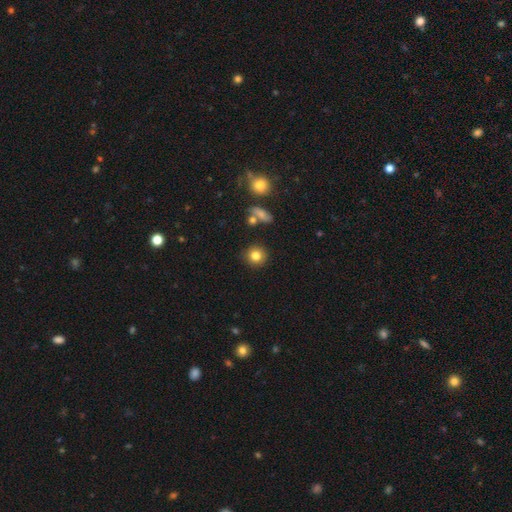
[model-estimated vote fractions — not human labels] smooth-or-featured: smooth: 81% | star or artifact: 11% | featured or disk: 8%
  how-rounded: round: 89% | in between: 10% | cigar-shaped: 1%
  merging: none: 87% | minor disturbance: 7% | merger: 3% | major disturbance: 2%